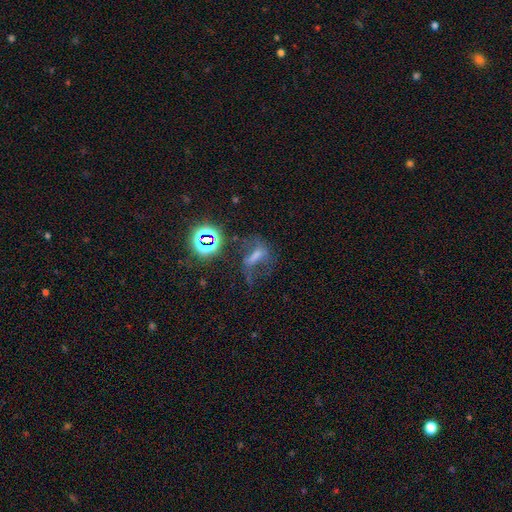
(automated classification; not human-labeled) smooth-or-featured: star or artifact: 36% | featured or disk: 35% | smooth: 29%